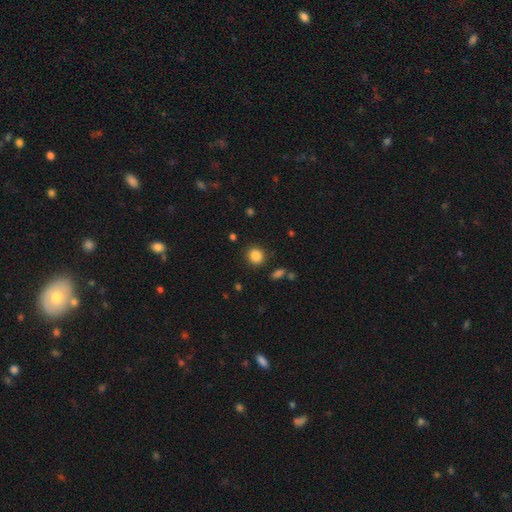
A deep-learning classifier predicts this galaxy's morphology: Smooth or featured: smooth — 86% (star or artifact — 10%)
How rounded: round — 81% (in between — 18%)
Merging: none — 88% (minor disturbance — 7%)